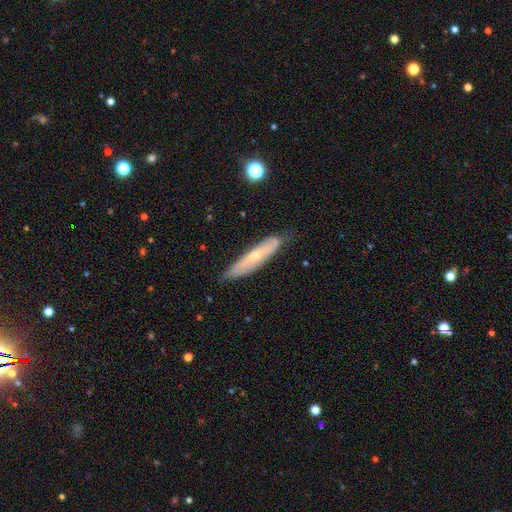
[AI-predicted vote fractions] smooth-or-featured: featured or disk: 55% | smooth: 38% | star or artifact: 7%
  disk-edge-on: yes: 58% | no: 42%
  merging: none: 76% | minor disturbance: 19% | major disturbance: 3% | merger: 2%